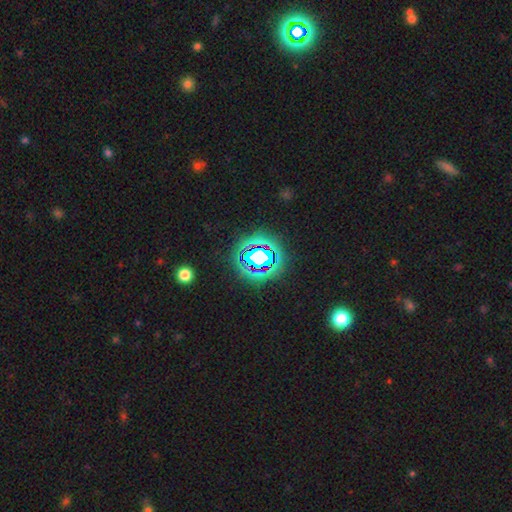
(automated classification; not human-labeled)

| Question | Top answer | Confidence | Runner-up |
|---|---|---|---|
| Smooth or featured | star or artifact | 67% | smooth (20%) |